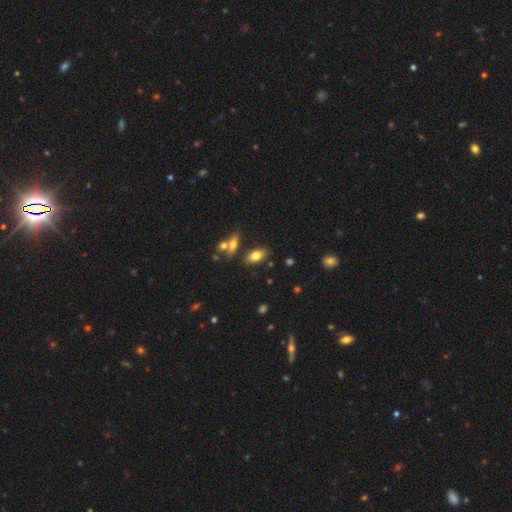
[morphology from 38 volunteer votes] Smooth or featured: smooth — 79% (featured or disk — 13%)
How rounded: in between — 87% (round — 7%)
Merging: none — 83% (minor disturbance — 14%)